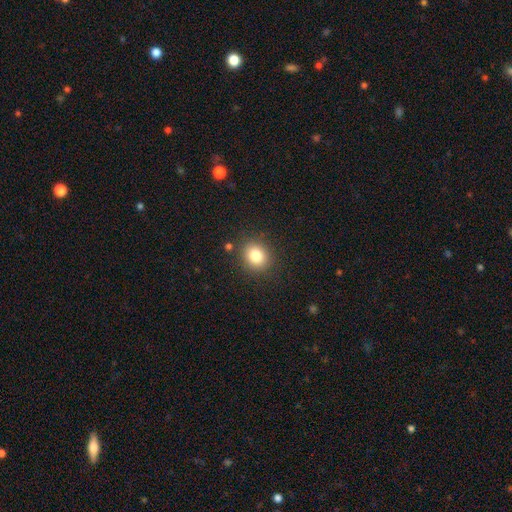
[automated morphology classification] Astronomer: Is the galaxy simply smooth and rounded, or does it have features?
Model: smooth — 81%.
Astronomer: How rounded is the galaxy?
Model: round — 75%.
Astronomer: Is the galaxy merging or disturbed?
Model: none — 86%.